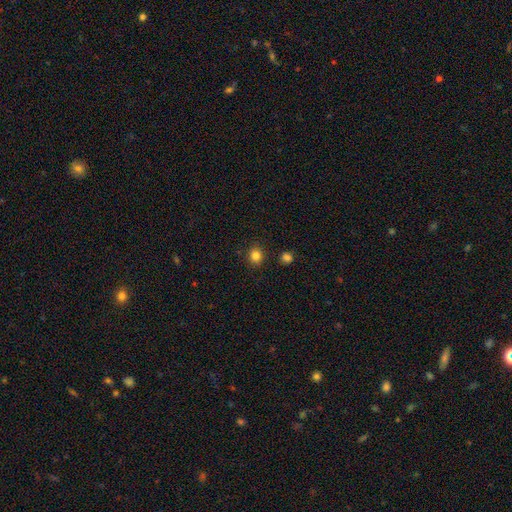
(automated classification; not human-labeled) Q: Smooth or featured?
A: smooth (83%); runner-up: star or artifact (12%)
Q: How rounded?
A: round (85%); runner-up: in between (14%)
Q: Merging?
A: none (89%); runner-up: minor disturbance (6%)